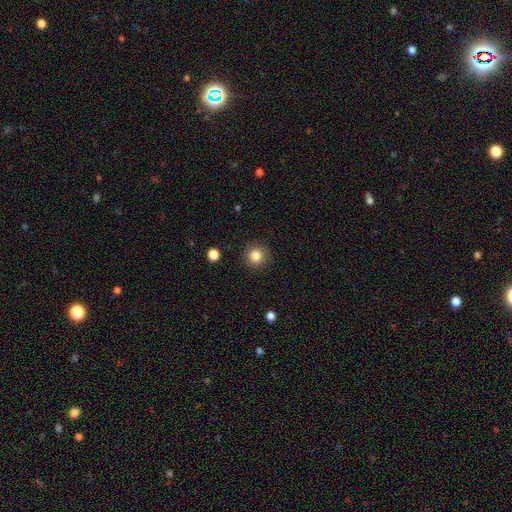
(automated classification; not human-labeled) Morphology: type=smooth (83%); roundness=round (94%); merging=none (91%).